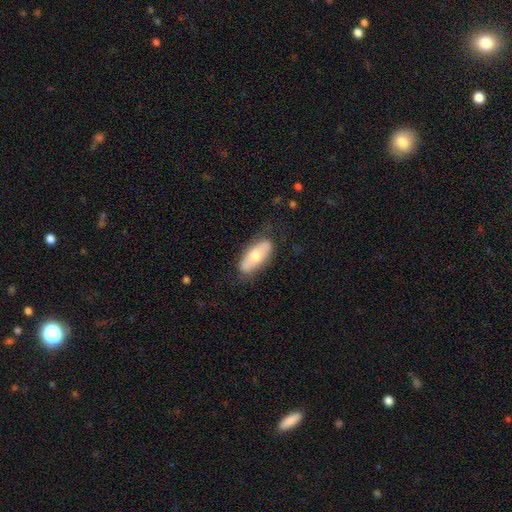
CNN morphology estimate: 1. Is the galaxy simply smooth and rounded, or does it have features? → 57% smooth, 37% featured or disk, 6% star or artifact.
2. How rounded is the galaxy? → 82% in between, 16% cigar-shaped, 3% round.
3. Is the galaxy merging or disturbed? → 72% none, 20% minor disturbance, 6% major disturbance, 2% merger.